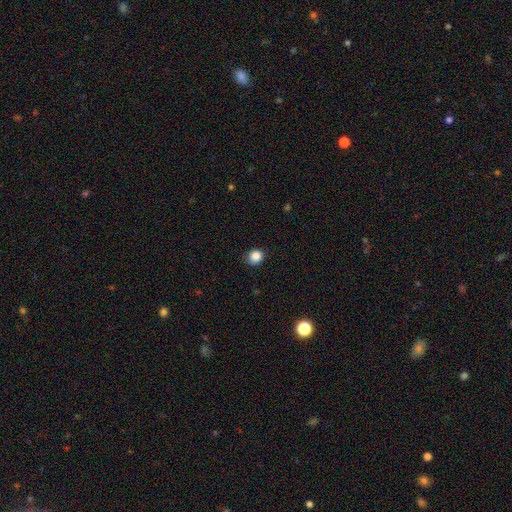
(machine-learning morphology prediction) smooth_or_featured: smooth (p=0.86) [alt: star or artifact p=0.10]
how_rounded: round (p=0.81) [alt: in between p=0.18]
merging: none (p=0.83) [alt: minor disturbance p=0.14]